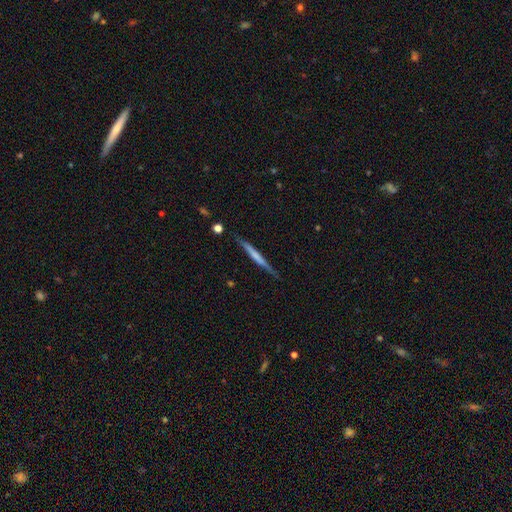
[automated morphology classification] Smooth or featured? featured or disk (50%)
Edge-on disk? yes (97%)
Merging? none (84%)